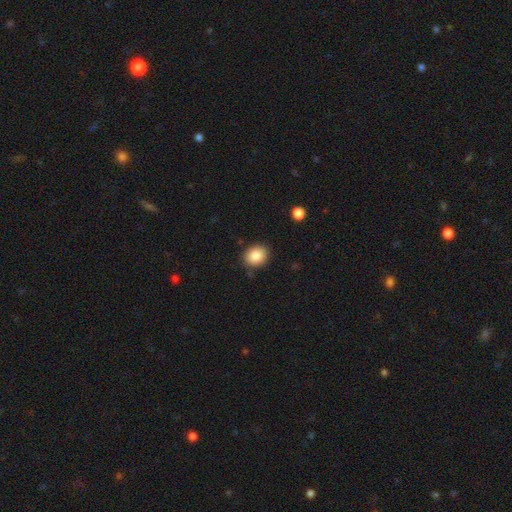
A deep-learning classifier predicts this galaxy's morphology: Smooth or featured? smooth (86%)
How rounded? round (63%)
Merging? none (86%)